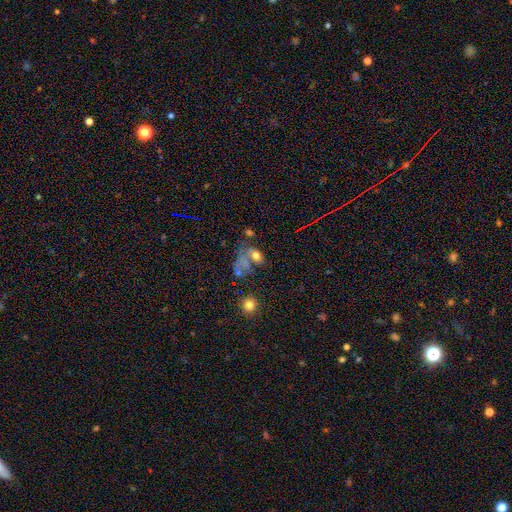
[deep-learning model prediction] Q: Smooth or featured?
A: smooth (62%); runner-up: featured or disk (22%)
Q: How rounded?
A: in between (77%); runner-up: round (20%)
Q: Merging?
A: merger (33%); runner-up: none (30%)